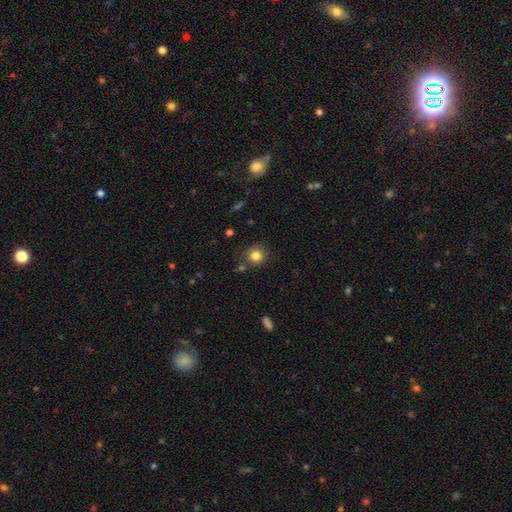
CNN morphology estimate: A smooth galaxy with no disk features (83%) that is round (90%). Merging: none (83%).